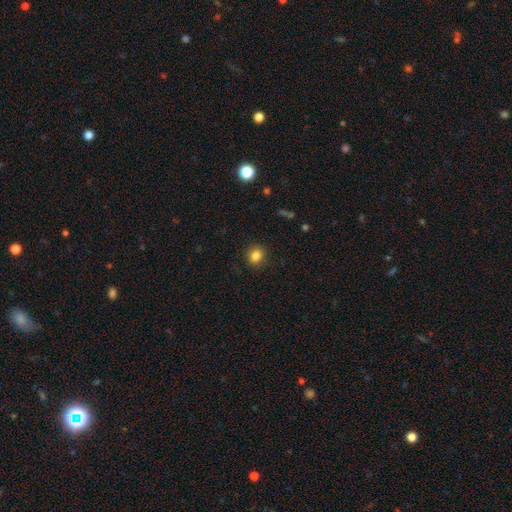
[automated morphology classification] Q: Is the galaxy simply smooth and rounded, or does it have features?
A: smooth — 84%.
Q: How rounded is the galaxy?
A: round — 80%.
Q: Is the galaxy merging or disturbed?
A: none — 88%.